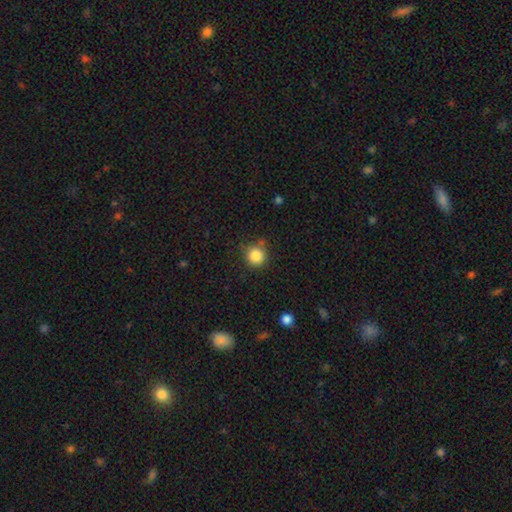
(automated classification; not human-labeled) Overall: smooth (85%). How rounded: round (92%). Merging: none (76%).